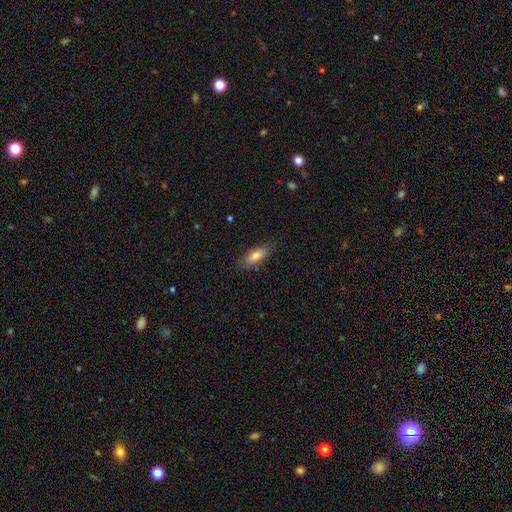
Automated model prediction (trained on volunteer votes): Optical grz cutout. It shows a smooth galaxy with no disk features (75%) that is in between round and cigar-shaped (62%). Merging: none (85%).